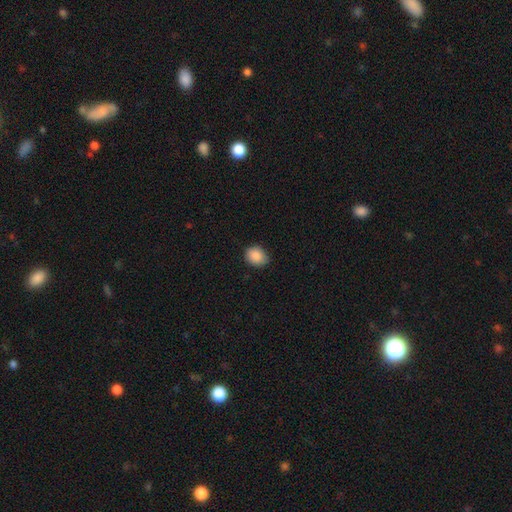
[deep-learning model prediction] Morphology: type=smooth (89%); roundness=round (53%); merging=none (79%).